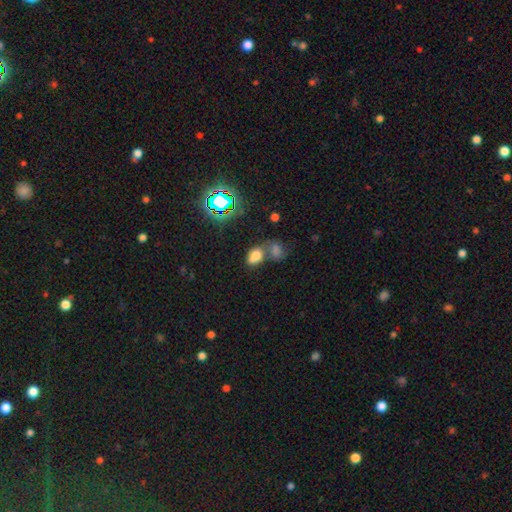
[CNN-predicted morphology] smooth-or-featured: smooth: 71% | star or artifact: 20% | featured or disk: 9%
  how-rounded: in between: 82% | round: 16% | cigar-shaped: 2%
  merging: merger: 46% | none: 37% | minor disturbance: 11% | major disturbance: 6%